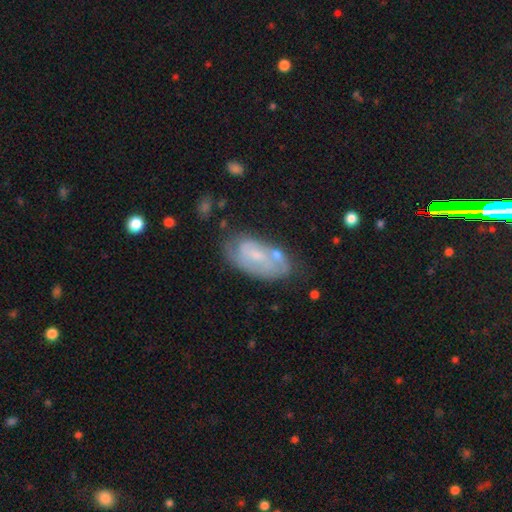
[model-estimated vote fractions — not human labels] smooth_or_featured: featured or disk (p=0.59) [alt: smooth p=0.33]
disk_edge_on: no (p=0.94) [alt: yes p=0.06]
bar: no (p=0.55) [alt: weak p=0.38]
has_spiral_arms: yes (p=0.74) [alt: no p=0.26]
bulge_size: small (p=0.59) [alt: moderate p=0.26]
merging: none (p=0.54) [alt: minor disturbance p=0.25]